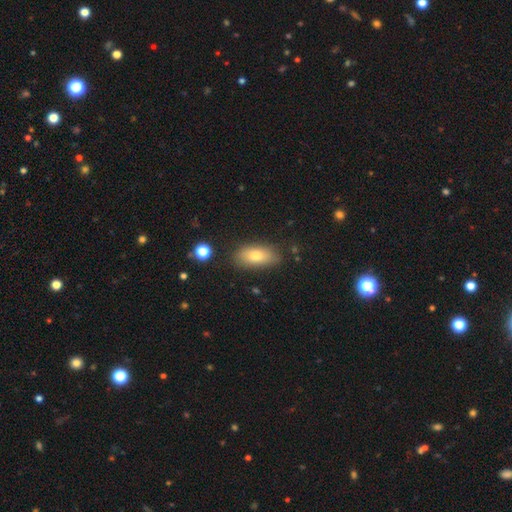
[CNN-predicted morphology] A smooth galaxy with no disk features (74%) that is in between round and cigar-shaped (85%).

Vote fractions:
- Smooth or featured? smooth: 74% / featured or disk: 17% / star or artifact: 9%
- How rounded? in between: 85% / cigar-shaped: 10% / round: 5%
- Merging? none: 83% / minor disturbance: 12% / major disturbance: 3% / merger: 2%